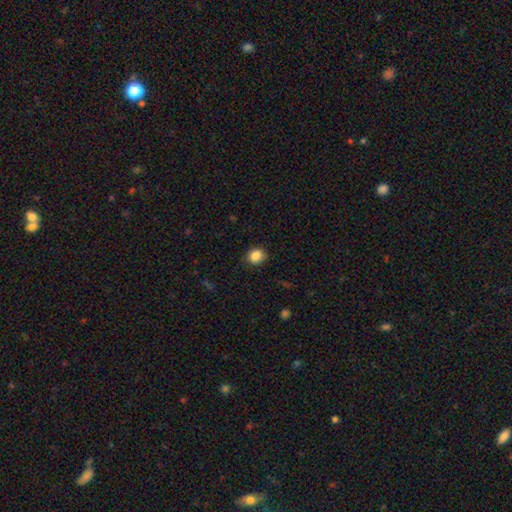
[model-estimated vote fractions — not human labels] Overall: smooth (85%). How rounded: round (73%). Merging: none (88%).